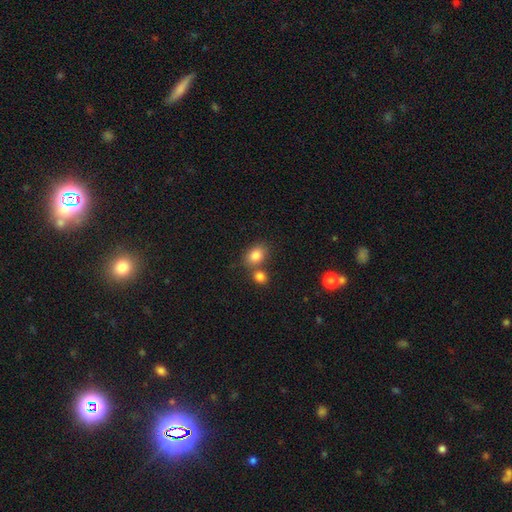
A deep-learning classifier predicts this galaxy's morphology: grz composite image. It shows a smooth galaxy with no disk features (82%) that is in between round and cigar-shaped (64%). Merging: none (59%).